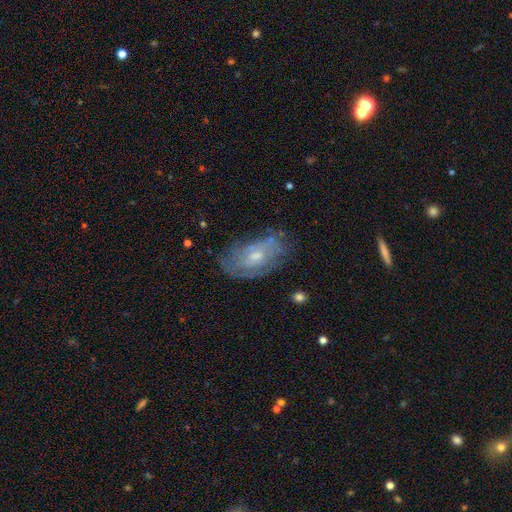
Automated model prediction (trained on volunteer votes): Smooth or featured? featured or disk (64%)
Edge-on disk? no (93%)
Bar? no (69%)
Spiral arms? yes (70%)
Bulge size? moderate (46%, tied with small)
Merging? none (63%)